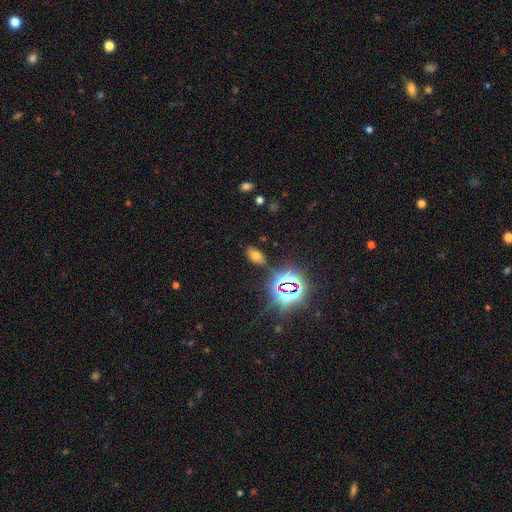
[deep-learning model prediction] Overall: smooth (54%; star or artifact 36%). How rounded: in between (89%). Merging: none (81%).